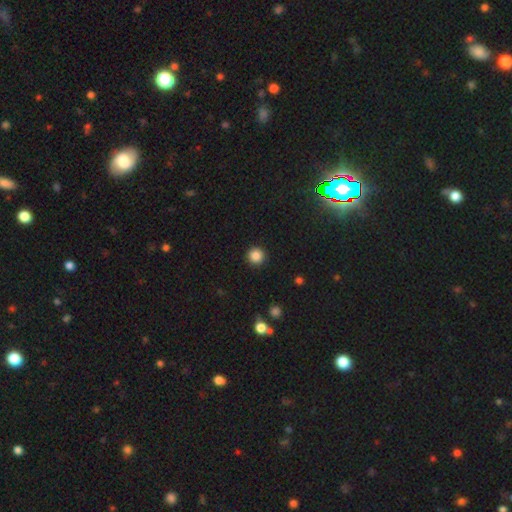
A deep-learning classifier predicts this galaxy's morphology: A smooth galaxy with no disk features (86%) that is round (96%). Merging: none (93%).